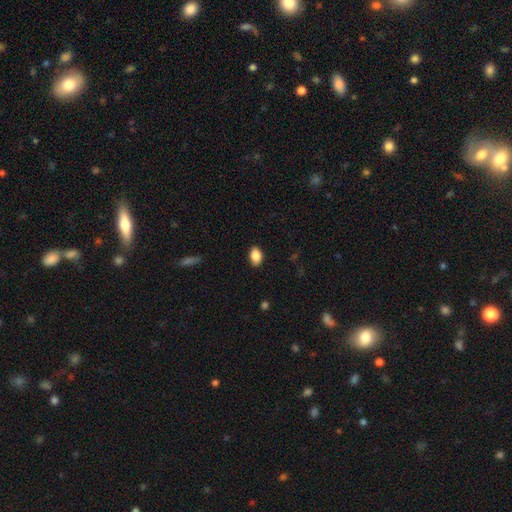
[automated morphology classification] Smooth or featured: smooth — 87% (star or artifact — 8%)
How rounded: in between — 86% (round — 12%)
Merging: none — 86% (minor disturbance — 11%)